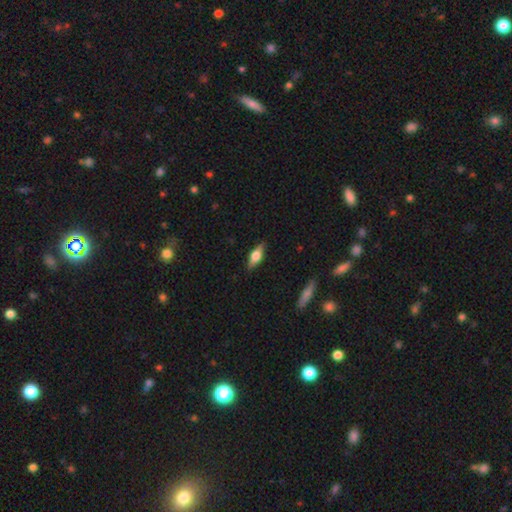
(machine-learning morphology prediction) A smooth galaxy with no disk features (52%) that is in between round and cigar-shaped (68%). Merging: none (86%).